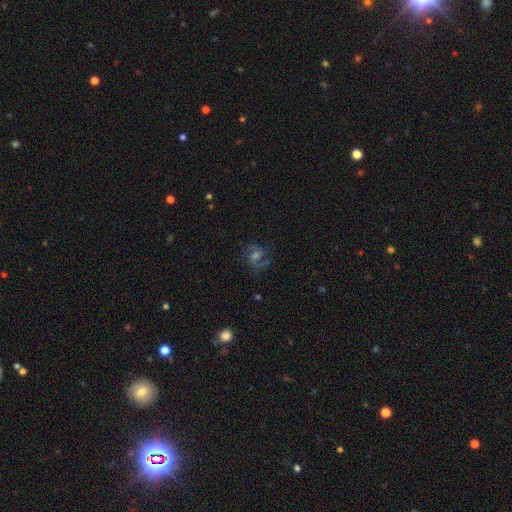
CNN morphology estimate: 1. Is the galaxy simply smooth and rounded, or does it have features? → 64% featured or disk, 19% star or artifact, 17% smooth.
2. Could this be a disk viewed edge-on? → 97% no, 3% yes.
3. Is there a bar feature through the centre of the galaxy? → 46% weak, 43% no, 12% strong.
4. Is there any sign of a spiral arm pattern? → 90% yes, 10% no.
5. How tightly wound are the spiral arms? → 52% medium, 31% loose, 17% tight.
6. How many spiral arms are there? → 68% 2, 13% can't tell, 8% 3, 6% 1, 3% 4, 3% more than 4.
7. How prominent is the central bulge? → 46% moderate, 27% small, 14% large, 10% none, 2% dominant.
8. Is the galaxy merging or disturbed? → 68% none, 16% minor disturbance, 14% major disturbance, 2% merger.